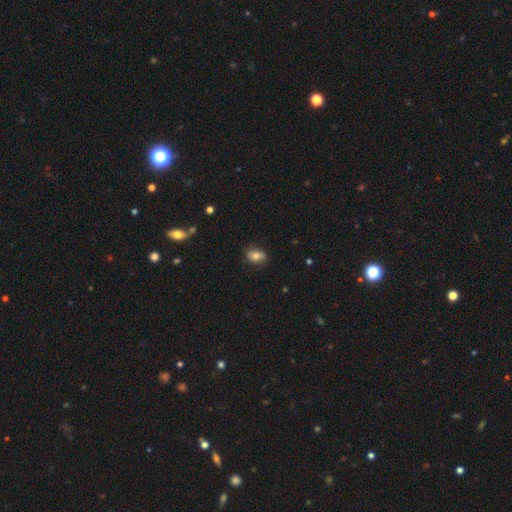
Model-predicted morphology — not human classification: Smooth or featured: smooth — 76% (featured or disk — 14%)
How rounded: in between — 77% (round — 22%)
Merging: none — 77% (minor disturbance — 18%)